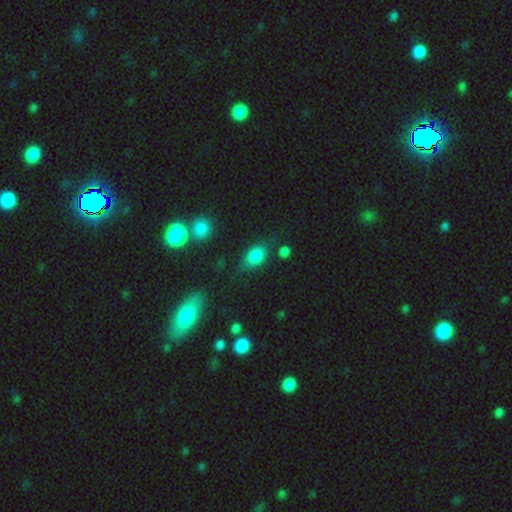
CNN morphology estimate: Overall: smooth (77%). How rounded: in between (76%). Merging: none (61%; minor disturbance 24%).